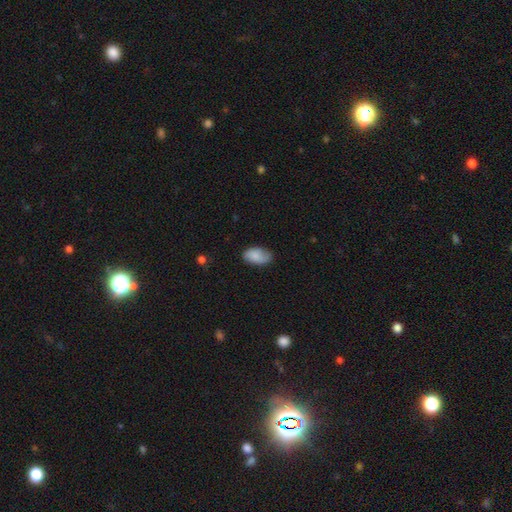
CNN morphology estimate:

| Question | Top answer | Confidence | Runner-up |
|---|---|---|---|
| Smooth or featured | smooth | 78% | featured or disk (14%) |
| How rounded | in between | 93% | round (6%) |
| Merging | none | 67% | minor disturbance (25%) |